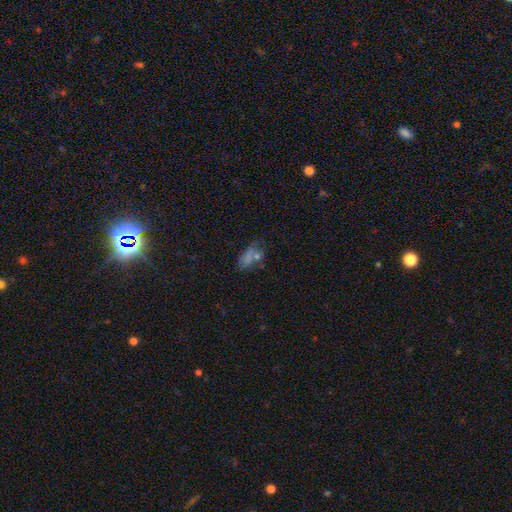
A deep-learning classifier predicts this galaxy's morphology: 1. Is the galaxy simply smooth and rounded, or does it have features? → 49% smooth, 33% star or artifact, 18% featured or disk.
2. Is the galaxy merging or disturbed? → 52% none, 20% minor disturbance, 16% merger, 12% major disturbance.